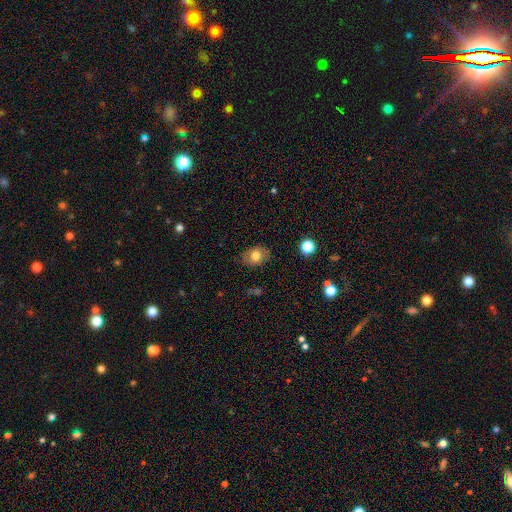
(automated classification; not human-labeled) A smooth galaxy with no disk features (75%) that is in between round and cigar-shaped (61%). Merging: none (82%).